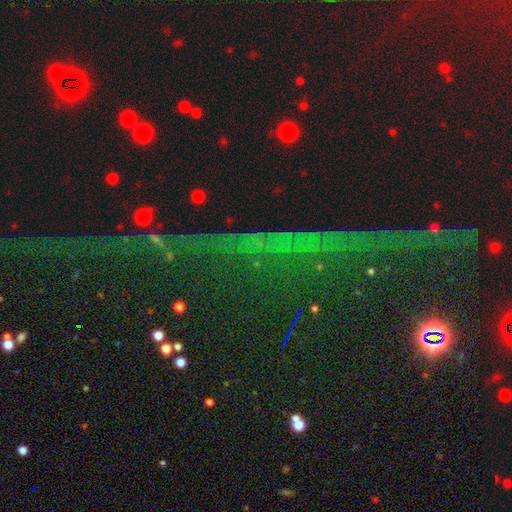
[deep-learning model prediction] Overall: star or artifact (83%).